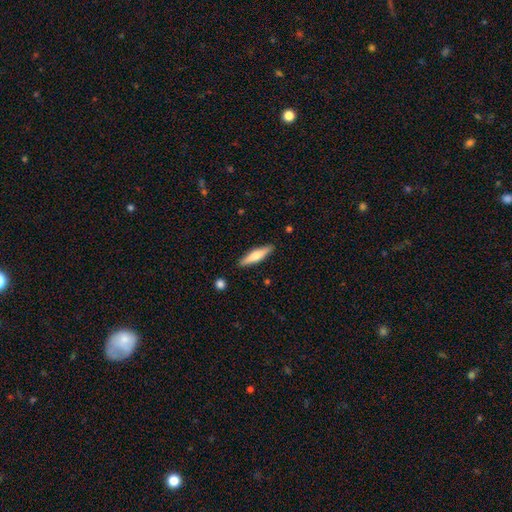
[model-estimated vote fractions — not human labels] Overall: smooth (57%; featured or disk 37%). How rounded: cigar-shaped (79%). Merging: none (89%).